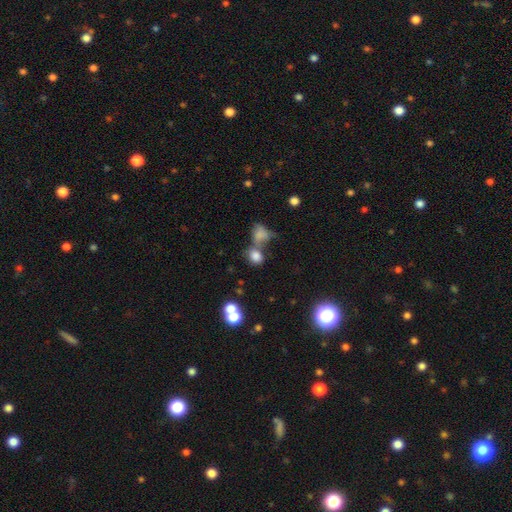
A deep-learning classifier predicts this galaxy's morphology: This appears to be a smooth galaxy with no disk features (79%) that is round (54%). Merging: none (43%).